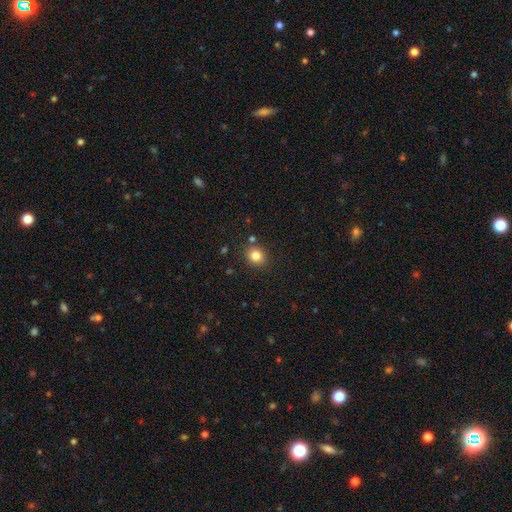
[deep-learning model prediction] smooth 83%, star or artifact 11%, featured or disk 6%. Down the decision tree: how rounded — round (79%); merging — none (85%).